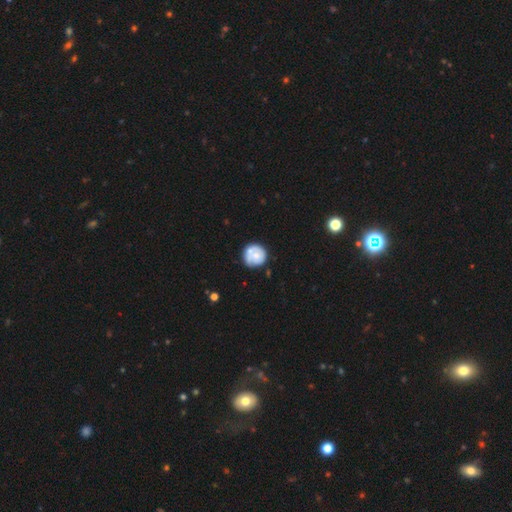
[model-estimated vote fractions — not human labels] The model was most divided on "smooth or featured": smooth: 54%, featured or disk: 40%, star or artifact: 6%. More confident: how rounded — round (88%); merging — none (62%).